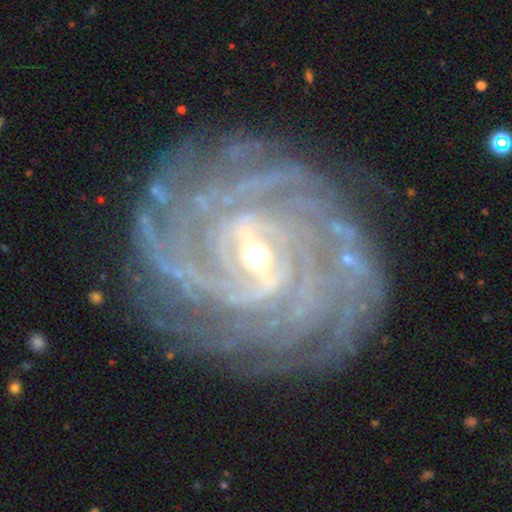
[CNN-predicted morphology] This appears to be a featured or disk galaxy (92%) with a weak bar (47%), more than 4 (25%) tight (81%) spiral arms (98%) and a small central bulge (56%). Merging: none (82%).